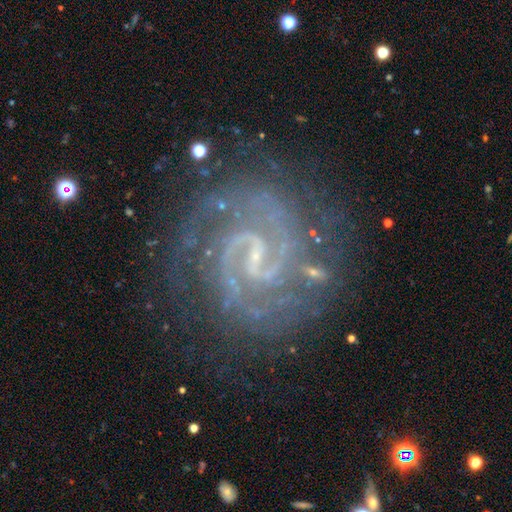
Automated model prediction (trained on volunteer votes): Smooth or featured: featured or disk — 92% (star or artifact — 5%)
Edge-on disk: no — 98% (yes — 2%)
Bar: weak — 51% (strong — 31%)
Spiral arms: yes — 99% (no — 1%)
Spiral winding: tight — 57% (medium — 38%)
Spiral arm count: 2 — 86% (3 — 5%)
Bulge size: small — 63% (none — 27%)
Merging: none — 78% (minor disturbance — 14%)